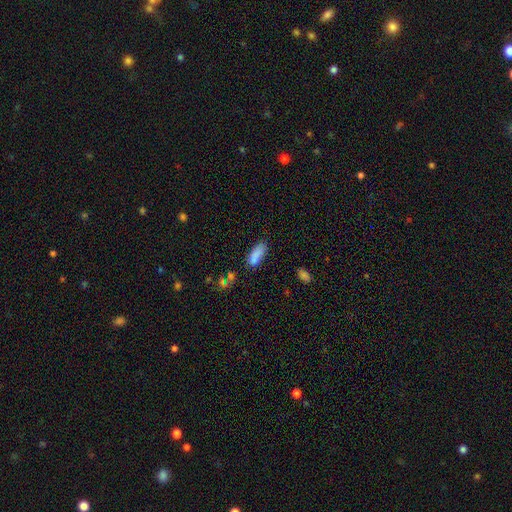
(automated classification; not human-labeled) Q: Smooth or featured?
A: smooth (82%); runner-up: star or artifact (10%)
Q: How rounded?
A: in between (70%); runner-up: cigar-shaped (27%)
Q: Merging?
A: none (58%); runner-up: minor disturbance (25%)